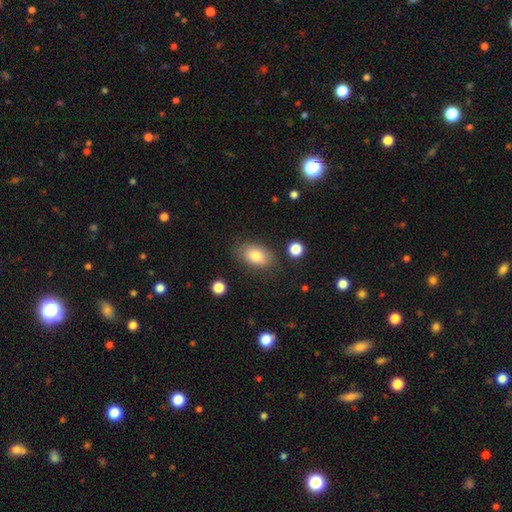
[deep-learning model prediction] Overall: smooth (81%). How rounded: in between (89%). Merging: none (77%).